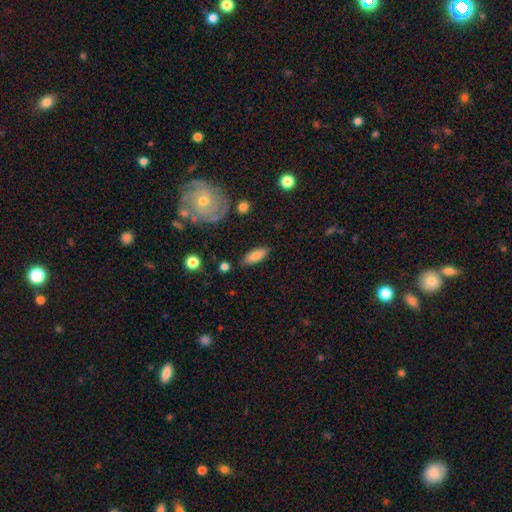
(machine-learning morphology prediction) smooth_or_featured: smooth (p=0.79) [alt: featured or disk p=0.14]
how_rounded: in between (p=0.75) [alt: cigar-shaped p=0.23]
merging: none (p=0.83) [alt: minor disturbance p=0.11]